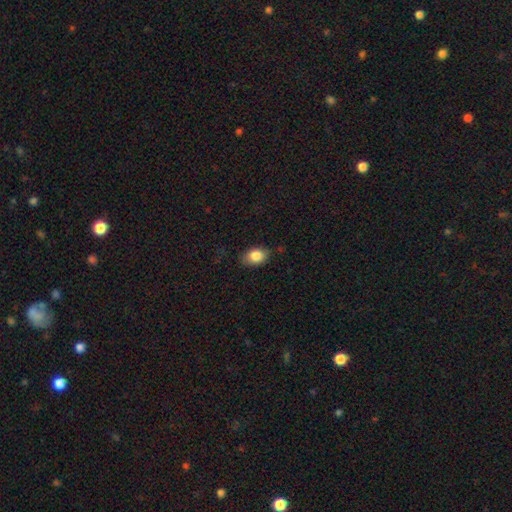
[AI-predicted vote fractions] This is clearly a smooth galaxy (85%). How rounded: clearly in between (81%). Merging: likely none (79%).